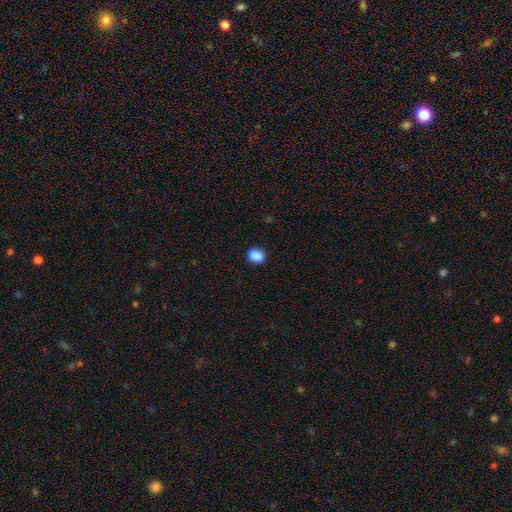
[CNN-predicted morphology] This appears to be a smooth galaxy with no disk features (87%) that is in between round and cigar-shaped (57%). Merging: none (81%).